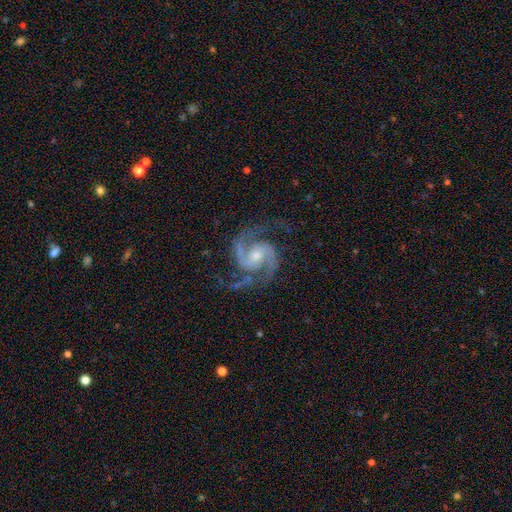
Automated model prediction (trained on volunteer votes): featured or disk 94%, star or artifact 4%, smooth 2%. Down the decision tree: edge-on disk — no (98%); bar — no (47%); spiral arms — yes (99%); spiral arm count — 2 (85%); spiral winding — medium (64%); bulge size — small (47%); merging — none (77%).